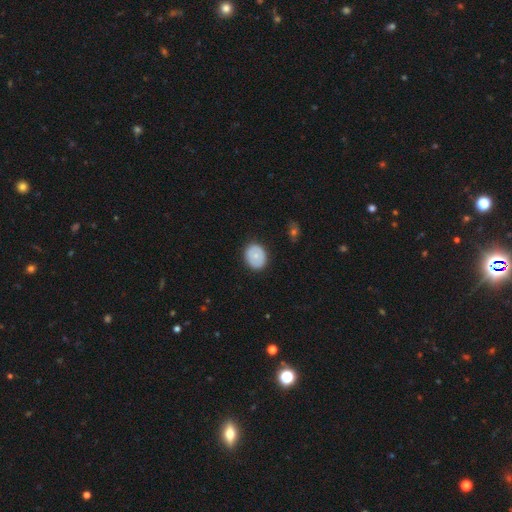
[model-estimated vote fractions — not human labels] Smooth or featured?
  - smooth: 71% *
  - featured or disk: 22%
  - star or artifact: 7%
How rounded?
  - in between: 50% *
  - round: 49%
  - cigar-shaped: 1%
Merging?
  - none: 85% *
  - minor disturbance: 11%
  - major disturbance: 2%
  - merger: 1%